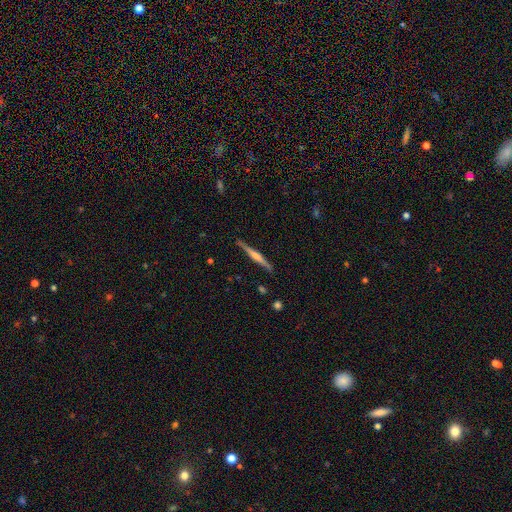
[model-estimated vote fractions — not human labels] A featured or disk galaxy (73%) viewed edge-on (98%) with a rounded central bulge (66%).

Vote fractions:
- Smooth or featured? featured or disk: 73% / smooth: 22% / star or artifact: 6%
- Edge-on disk? yes: 98% / no: 2%
- Edge-on bulge? rounded: 66% / boxy: 19% / none: 14%
- Merging? none: 90% / minor disturbance: 7% / major disturbance: 1% / merger: 1%